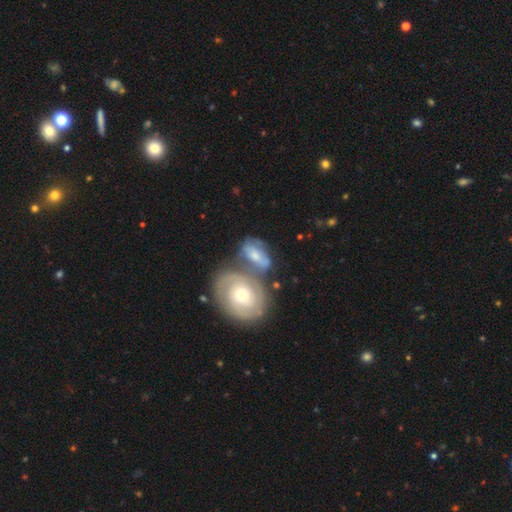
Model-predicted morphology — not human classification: Overall: featured or disk (60%; smooth 33%). Edge-on disk: no (94%). Bar: no (64%; weak 26%). Spiral arms: yes (70%; no 30%). Bulge size: moderate (51%; small 40%). Merging: merger (51%; none 27%).